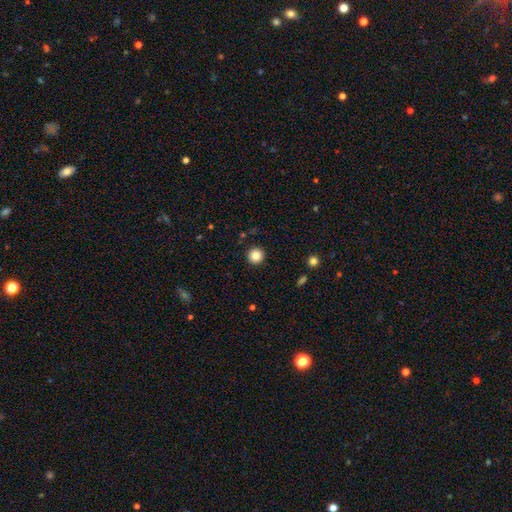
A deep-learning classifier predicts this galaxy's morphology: Smooth or featured? Predicted: smooth (p=0.86). How rounded? Predicted: round (p=0.96). Merging? Predicted: none (p=0.92).